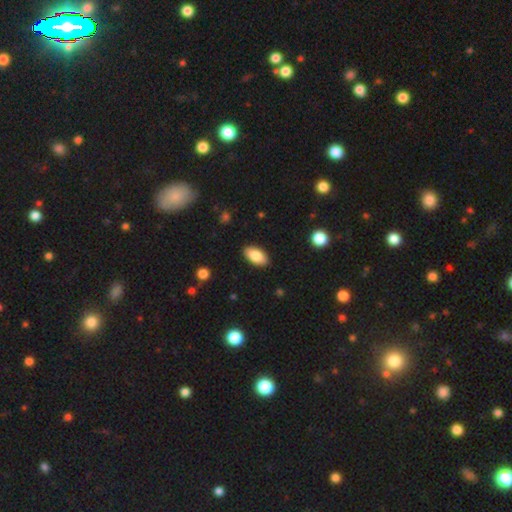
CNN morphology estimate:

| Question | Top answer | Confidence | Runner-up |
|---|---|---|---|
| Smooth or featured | smooth | 84% | featured or disk (9%) |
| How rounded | in between | 93% | cigar-shaped (4%) |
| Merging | none | 88% | minor disturbance (9%) |